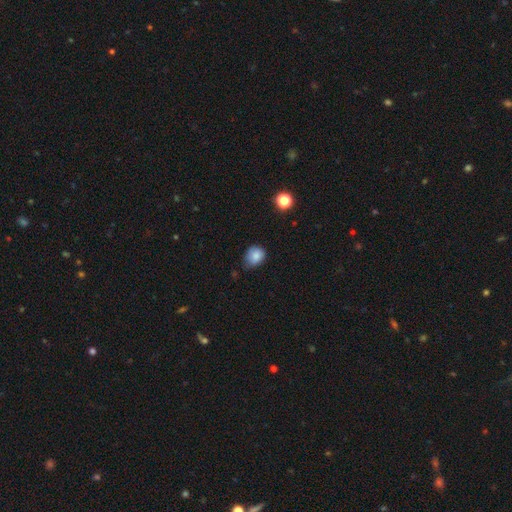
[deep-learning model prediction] The model was most divided on "how rounded": round: 60%, in between: 39%, cigar-shaped: 1%. More confident: smooth or featured — smooth (84%); merging — none (59%).